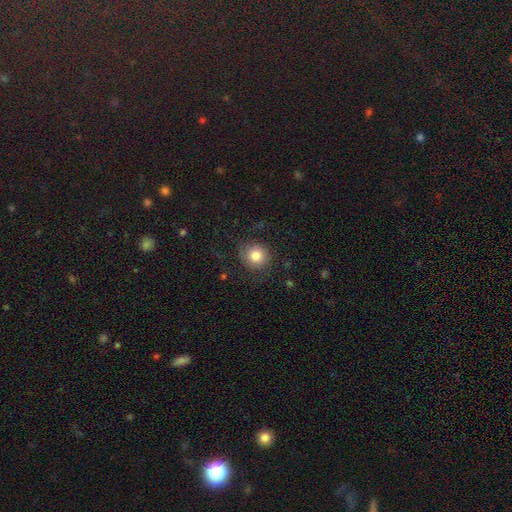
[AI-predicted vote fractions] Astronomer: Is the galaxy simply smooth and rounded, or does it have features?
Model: smooth — 80%.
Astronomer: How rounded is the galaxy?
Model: round — 90%.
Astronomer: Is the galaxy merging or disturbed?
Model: none — 78%.